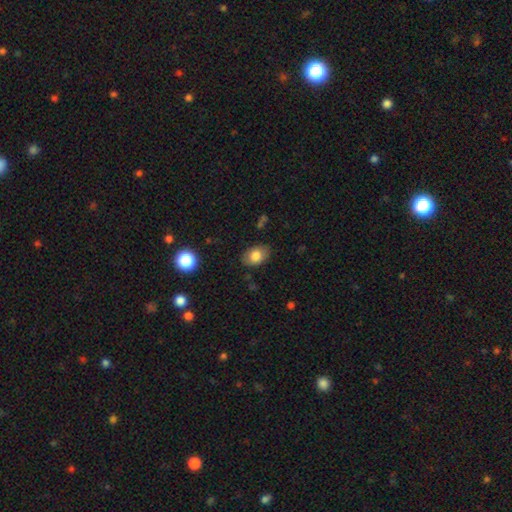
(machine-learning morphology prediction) Q: Smooth or featured?
A: smooth (80%); runner-up: featured or disk (12%)
Q: How rounded?
A: in between (84%); runner-up: round (15%)
Q: Merging?
A: none (82%); runner-up: minor disturbance (13%)